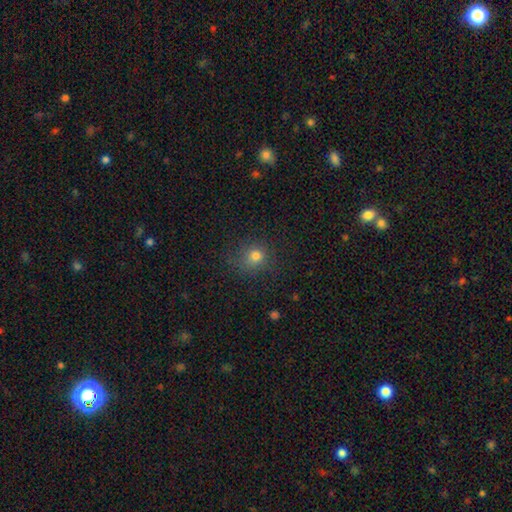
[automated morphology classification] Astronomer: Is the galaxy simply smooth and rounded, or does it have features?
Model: smooth — 75%.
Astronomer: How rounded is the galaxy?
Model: round — 84%.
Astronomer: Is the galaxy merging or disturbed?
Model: none — 79%.